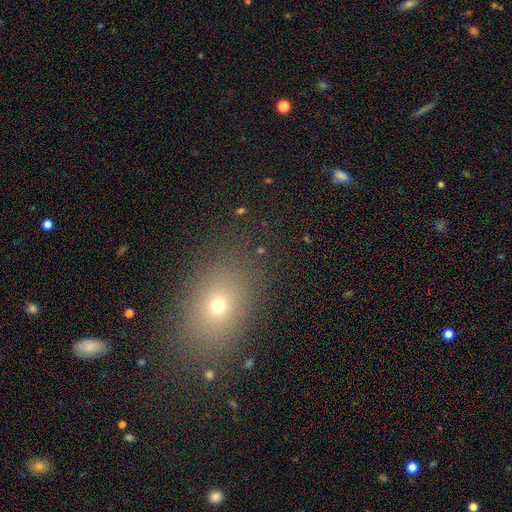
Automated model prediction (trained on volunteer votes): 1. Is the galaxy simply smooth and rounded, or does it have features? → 63% smooth, 25% star or artifact, 13% featured or disk.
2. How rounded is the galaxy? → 66% in between, 32% round, 2% cigar-shaped.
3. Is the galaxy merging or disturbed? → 84% none, 9% minor disturbance, 5% major disturbance, 2% merger.